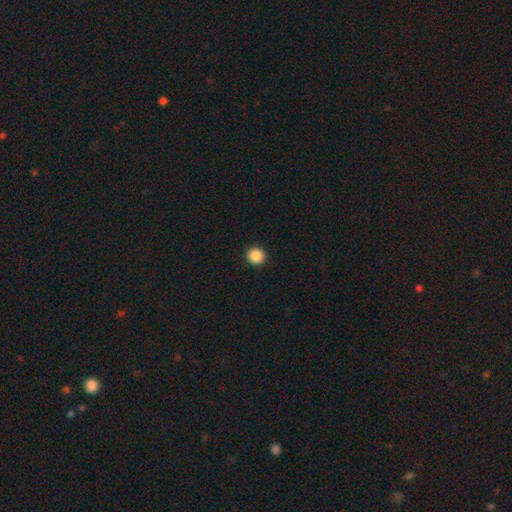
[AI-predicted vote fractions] Q: Smooth or featured?
A: smooth (88%); runner-up: star or artifact (10%)
Q: How rounded?
A: round (95%); runner-up: in between (4%)
Q: Merging?
A: none (94%); runner-up: minor disturbance (4%)